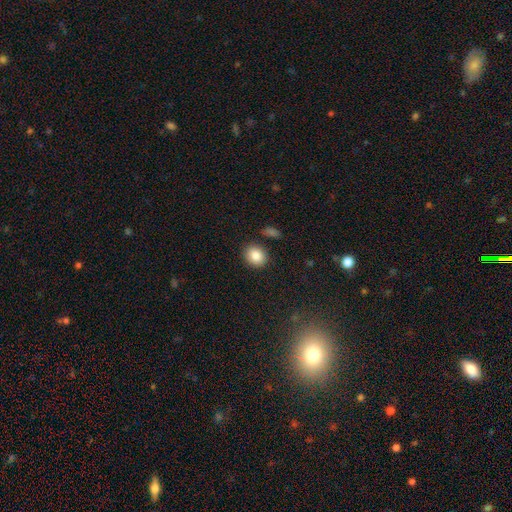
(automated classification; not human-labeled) Q: Smooth or featured?
A: smooth (86%); runner-up: star or artifact (8%)
Q: How rounded?
A: round (70%); runner-up: in between (29%)
Q: Merging?
A: none (85%); runner-up: minor disturbance (9%)